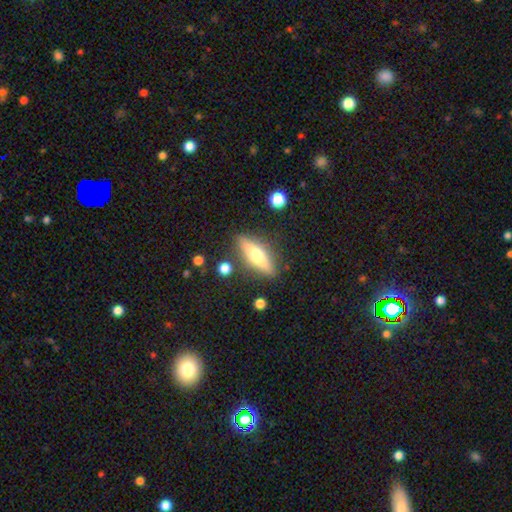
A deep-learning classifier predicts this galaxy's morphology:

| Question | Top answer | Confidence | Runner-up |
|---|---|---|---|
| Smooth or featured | featured or disk | 51% | smooth (42%) |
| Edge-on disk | yes | 89% | no (11%) |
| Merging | none | 84% | minor disturbance (11%) |